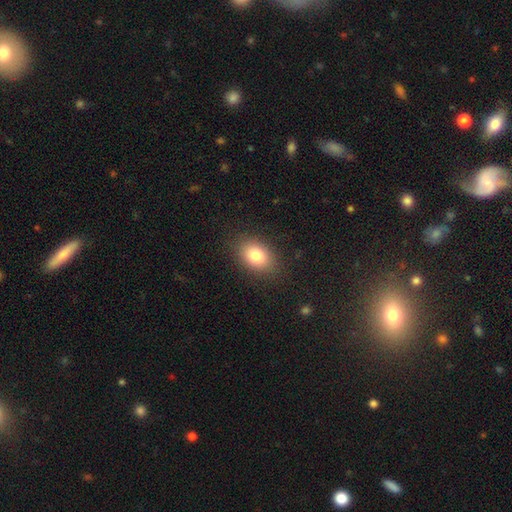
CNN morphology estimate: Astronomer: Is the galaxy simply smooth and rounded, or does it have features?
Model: smooth — 81%.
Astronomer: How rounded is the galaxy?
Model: in between — 79%.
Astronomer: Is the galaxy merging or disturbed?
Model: none — 85%.